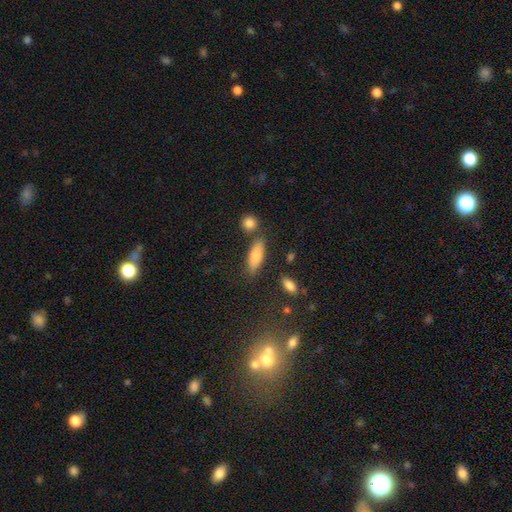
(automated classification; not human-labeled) A smooth galaxy with no disk features (73%) that is in between round and cigar-shaped (65%). Merging: none (77%).